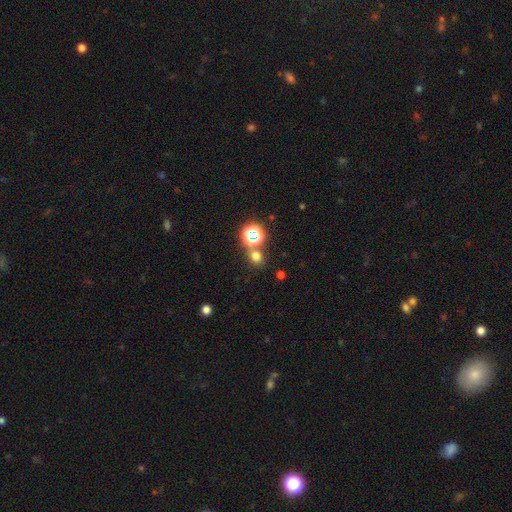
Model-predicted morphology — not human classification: Smooth or featured?
  - smooth: 64% *
  - star or artifact: 29%
  - featured or disk: 7%
How rounded?
  - round: 82% *
  - in between: 17%
  - cigar-shaped: 1%
Merging?
  - none: 72% *
  - merger: 17%
  - minor disturbance: 7%
  - major disturbance: 3%